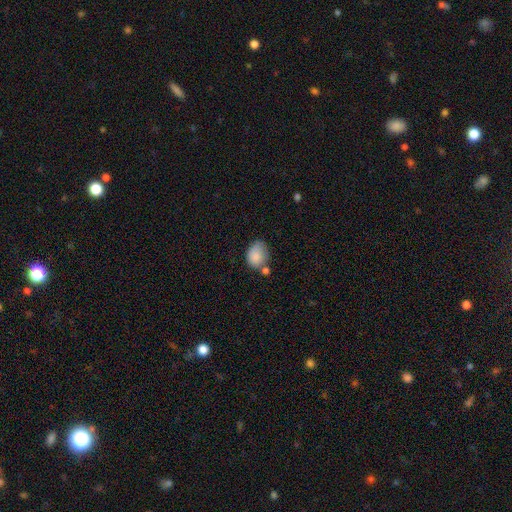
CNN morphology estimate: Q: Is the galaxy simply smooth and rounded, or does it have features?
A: smooth — 83%.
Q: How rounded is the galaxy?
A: in between — 66%.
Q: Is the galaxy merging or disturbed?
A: none — 44%.